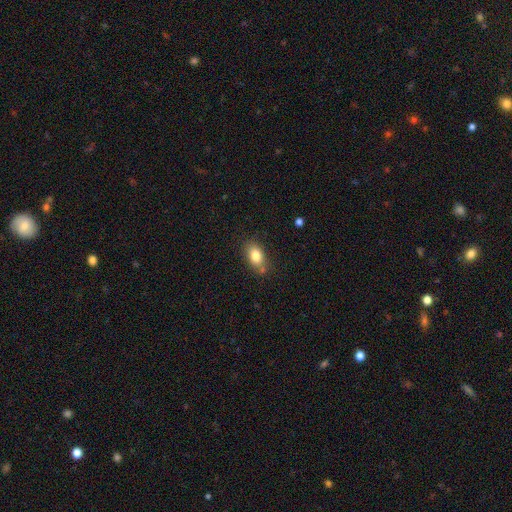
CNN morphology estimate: Overall: smooth (82%). How rounded: in between (85%). Merging: none (73%).